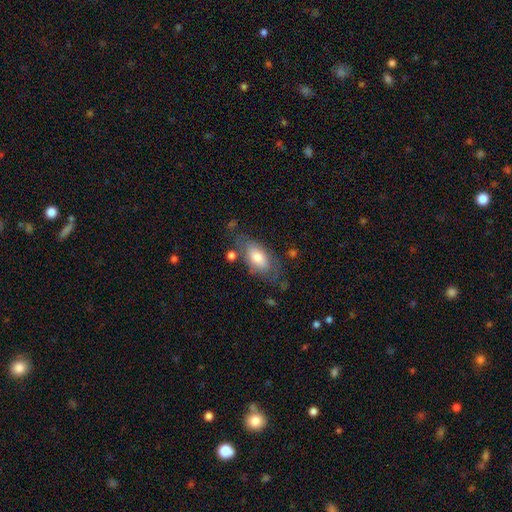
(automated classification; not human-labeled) Smooth or featured?
  - smooth: 64% *
  - featured or disk: 29%
  - star or artifact: 7%
How rounded?
  - in between: 87% *
  - cigar-shaped: 10%
  - round: 4%
Merging?
  - none: 64% *
  - minor disturbance: 23%
  - major disturbance: 9%
  - merger: 4%